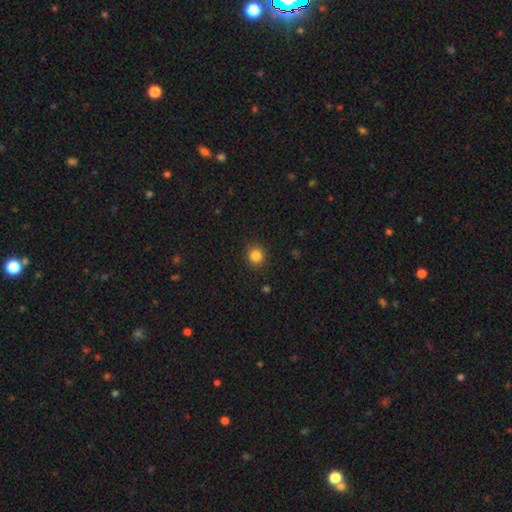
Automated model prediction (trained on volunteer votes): Morphology: type=smooth (85%); roundness=round (89%); merging=none (90%).